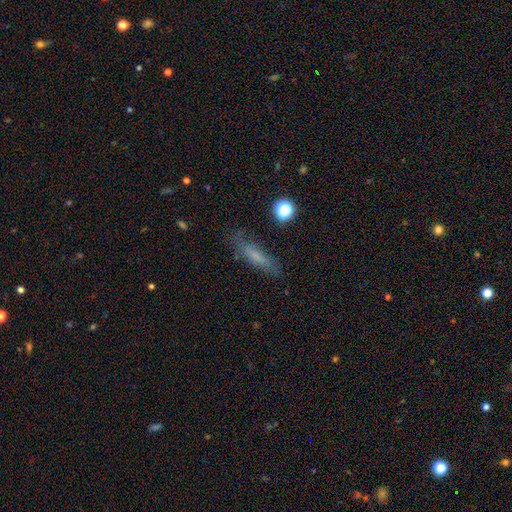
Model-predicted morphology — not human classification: Overall: smooth (60%; featured or disk 28%). How rounded: cigar-shaped (71%). Merging: none (72%).